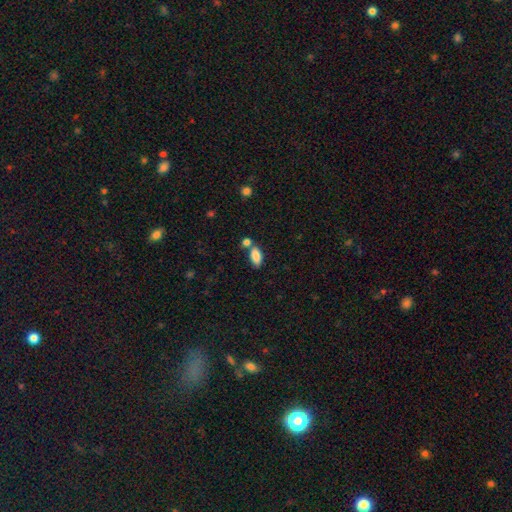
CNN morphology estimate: smooth-or-featured: smooth: 85% | star or artifact: 7% | featured or disk: 7%
  how-rounded: in between: 89% | cigar-shaped: 8% | round: 3%
  merging: none: 60% | merger: 23% | minor disturbance: 14% | major disturbance: 4%